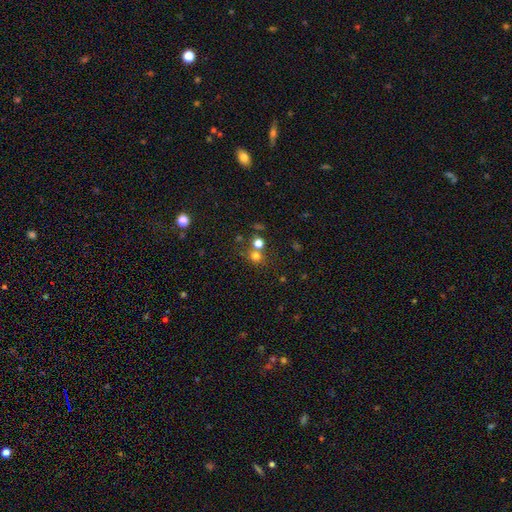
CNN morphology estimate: Q: Smooth or featured?
A: smooth (71%); runner-up: star or artifact (20%)
Q: How rounded?
A: round (85%); runner-up: in between (14%)
Q: Merging?
A: none (59%); runner-up: merger (30%)